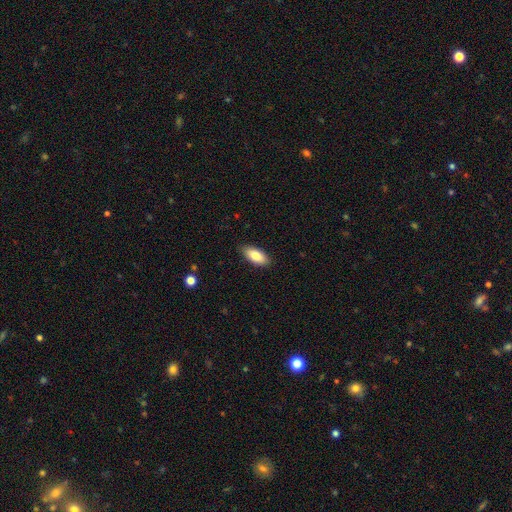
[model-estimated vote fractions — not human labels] A smooth galaxy with no disk features (82%) that is in between round and cigar-shaped (88%). Merging: none (88%).